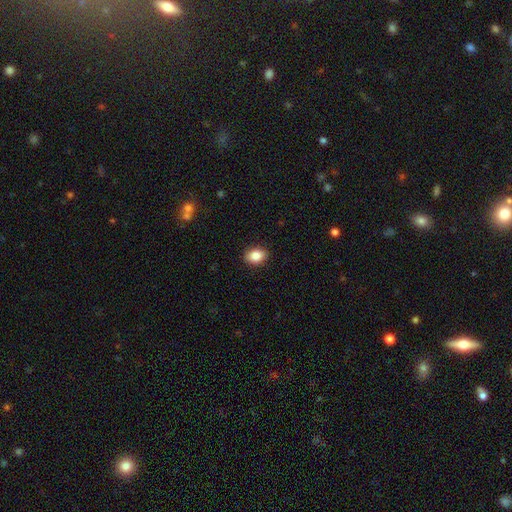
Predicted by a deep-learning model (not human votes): smooth 87%, star or artifact 8%, featured or disk 5%. Down the decision tree: how rounded — in between (75%); merging — none (89%).